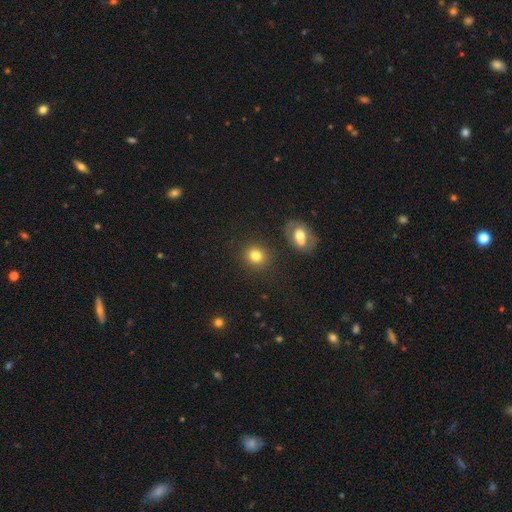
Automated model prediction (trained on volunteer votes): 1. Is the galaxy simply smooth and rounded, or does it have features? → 82% smooth, 11% star or artifact, 8% featured or disk.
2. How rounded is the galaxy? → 78% round, 21% in between, 1% cigar-shaped.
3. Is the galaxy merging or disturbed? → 84% none, 8% minor disturbance, 5% merger, 3% major disturbance.